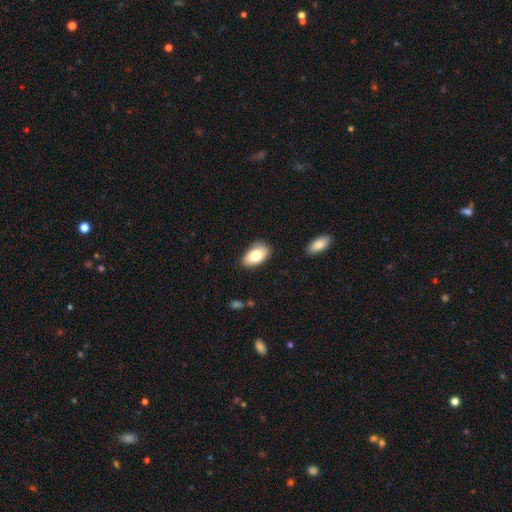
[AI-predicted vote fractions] Smooth or featured: smooth — 79% (featured or disk — 14%)
How rounded: in between — 93% (round — 5%)
Merging: none — 80% (minor disturbance — 15%)